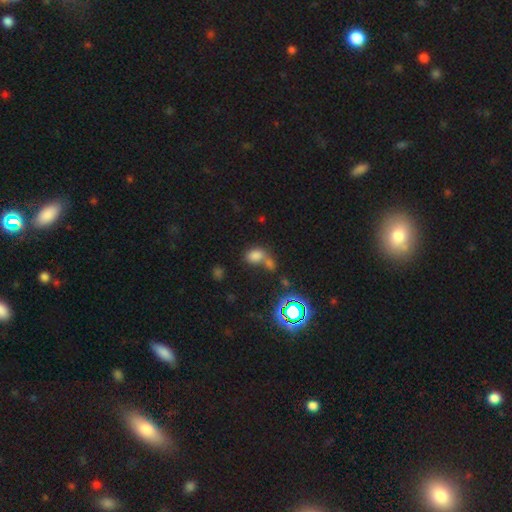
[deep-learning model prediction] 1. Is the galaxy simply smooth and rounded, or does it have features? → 71% smooth, 21% star or artifact, 9% featured or disk.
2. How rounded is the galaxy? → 72% in between, 26% round, 2% cigar-shaped.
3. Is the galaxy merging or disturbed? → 50% merger, 34% none, 10% minor disturbance, 6% major disturbance.